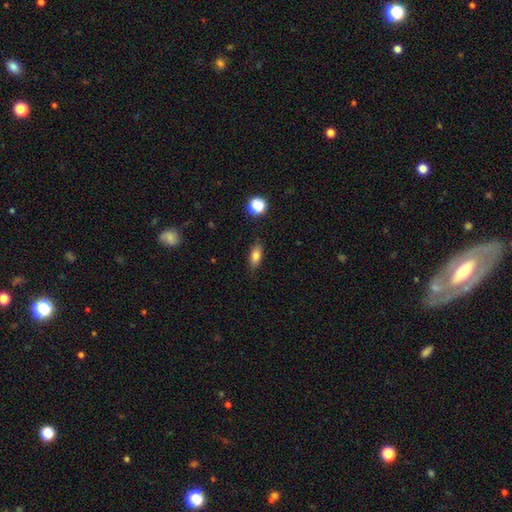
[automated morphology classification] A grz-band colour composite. It shows a smooth galaxy with no disk features (79%) that is in between round and cigar-shaped (80%). Merging: none (85%).